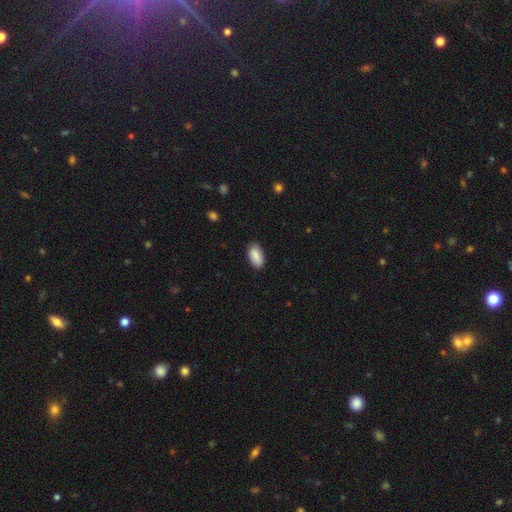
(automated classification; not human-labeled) A smooth galaxy with no disk features (88%) that is in between round and cigar-shaped (93%).

Vote fractions:
- Smooth or featured? smooth: 88% / star or artifact: 6% / featured or disk: 5%
- How rounded? in between: 93% / cigar-shaped: 5% / round: 2%
- Merging? none: 85% / minor disturbance: 12% / major disturbance: 2% / merger: 1%